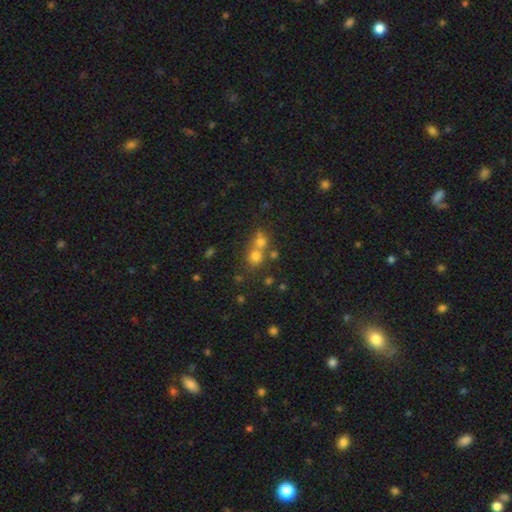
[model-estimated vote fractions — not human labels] Q: Smooth or featured?
A: smooth (66%); runner-up: star or artifact (21%)
Q: How rounded?
A: round (82%); runner-up: in between (17%)
Q: Merging?
A: merger (51%); runner-up: none (41%)